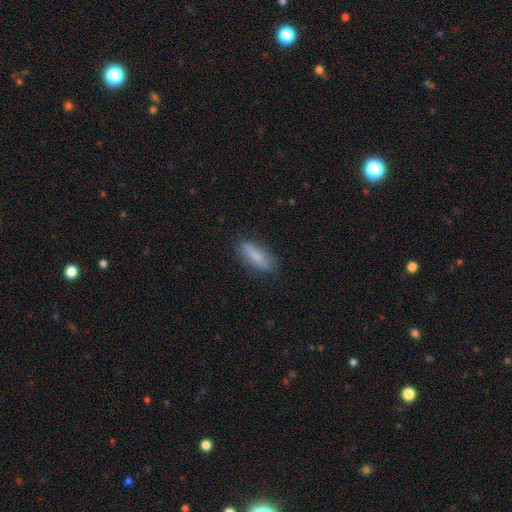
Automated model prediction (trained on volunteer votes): The model was most divided on "how rounded": cigar-shaped: 51%, in between: 47%, round: 2%. More confident: merging — none (82%); smooth or featured — smooth (79%).